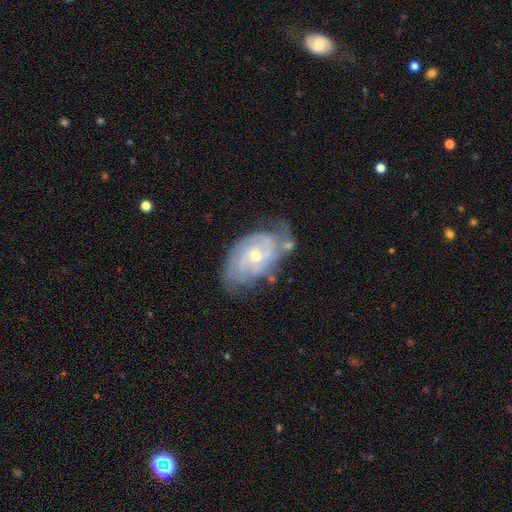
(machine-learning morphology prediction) This appears to be a featured or disk galaxy (84%) with no bar (71%), tight (62%) spiral arms (94%) and a small central bulge (56%). Merging: none (59%).